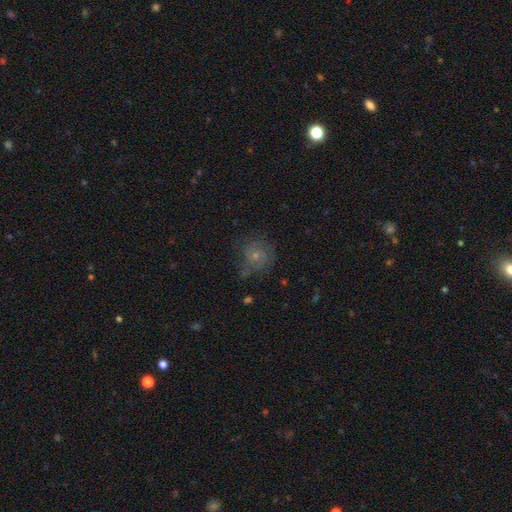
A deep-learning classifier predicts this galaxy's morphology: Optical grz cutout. It shows a smooth galaxy with no disk features (48%). Merging: none (63%).